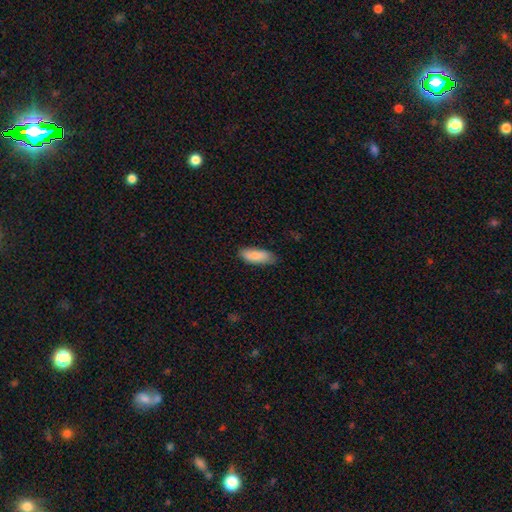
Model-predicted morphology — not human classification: smooth_or_featured: smooth (p=0.86) [alt: featured or disk p=0.08]
how_rounded: in between (p=0.73) [alt: cigar-shaped p=0.25]
merging: none (p=0.82) [alt: minor disturbance p=0.15]